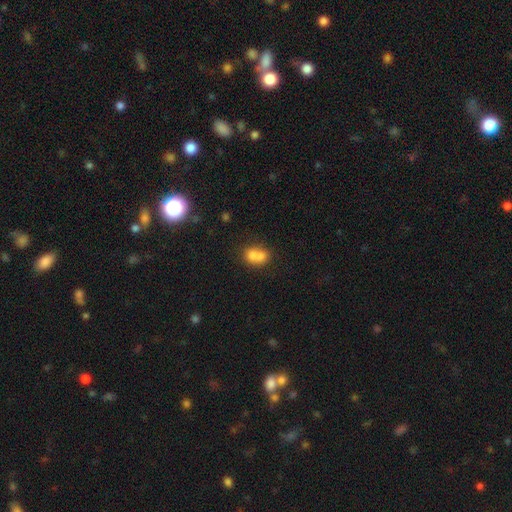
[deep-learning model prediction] Smooth or featured? Predicted: smooth (p=0.70). How rounded? Predicted: round (p=0.55). Merging? Predicted: merger (p=0.67).